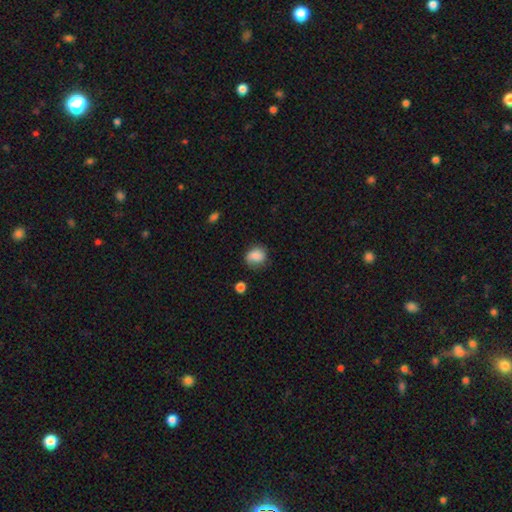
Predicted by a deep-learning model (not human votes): smooth 83%, star or artifact 9%, featured or disk 8%. Down the decision tree: how rounded — round (63%); merging — none (69%).